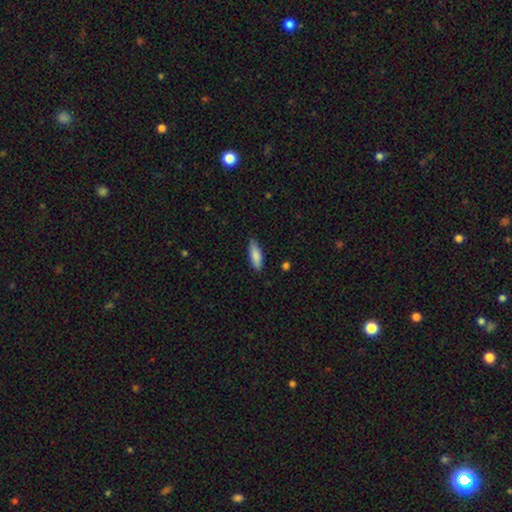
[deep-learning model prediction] Smooth or featured? Predicted: smooth (p=0.86). How rounded? Predicted: in between (p=0.55). Merging? Predicted: none (p=0.83).